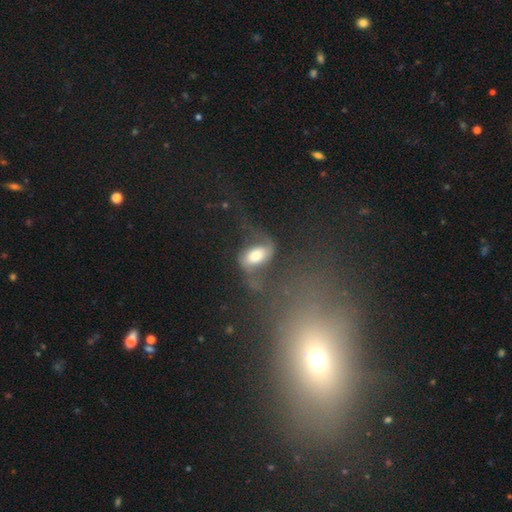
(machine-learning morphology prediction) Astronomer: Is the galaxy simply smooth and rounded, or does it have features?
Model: featured or disk — 54% (runner-up: smooth, 37%).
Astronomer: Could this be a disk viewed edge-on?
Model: no — 94%.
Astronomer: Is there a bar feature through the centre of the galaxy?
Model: no — 43% (runner-up: weak, 33%).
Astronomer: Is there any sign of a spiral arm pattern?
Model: yes — 81%.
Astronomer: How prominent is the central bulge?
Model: moderate — 51% (runner-up: large, 28%).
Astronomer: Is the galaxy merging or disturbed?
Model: none — 41% (runner-up: major disturbance, 32%).